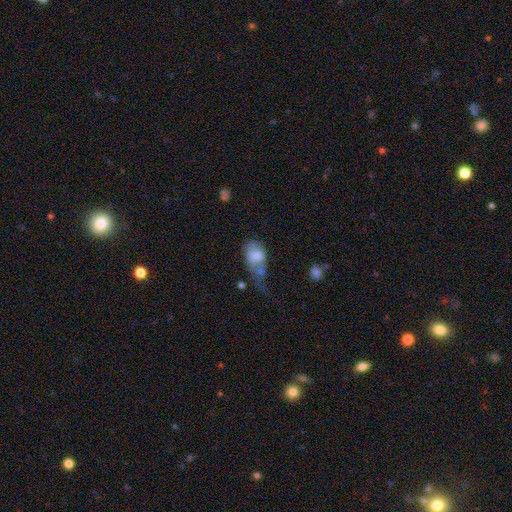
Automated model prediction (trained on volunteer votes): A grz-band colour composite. It shows a smooth galaxy with no disk features (68%) that is in between round and cigar-shaped (83%). Merging: major disturbance (45%).